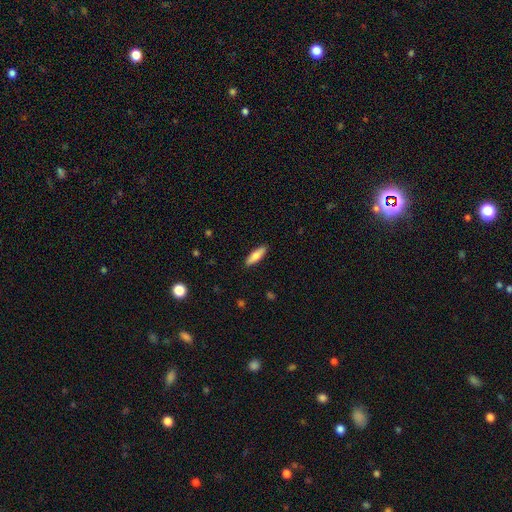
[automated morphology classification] Smooth or featured? smooth (76%)
How rounded? cigar-shaped (53%)
Merging? none (90%)